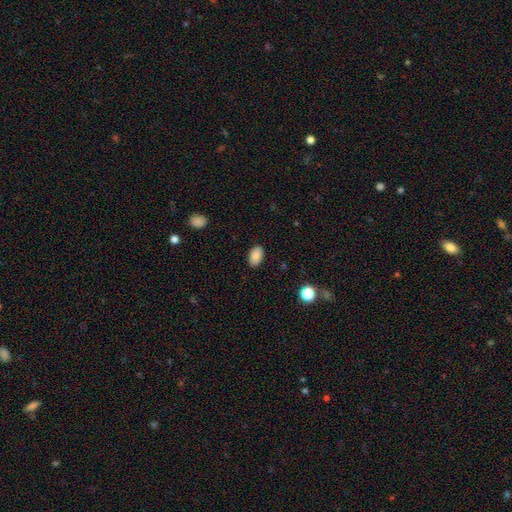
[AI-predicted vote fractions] This appears to be a smooth galaxy with no disk features (88%) that is in between round and cigar-shaped (92%). Merging: none (88%).